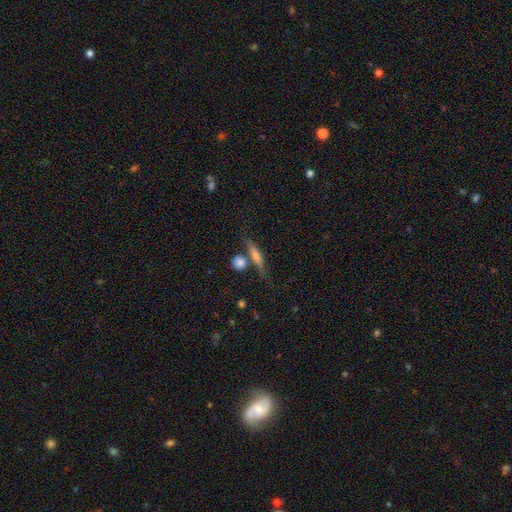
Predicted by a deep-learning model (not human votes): Morphology: type=smooth (52%); roundness=cigar-shaped (76%); merging=none (67%).